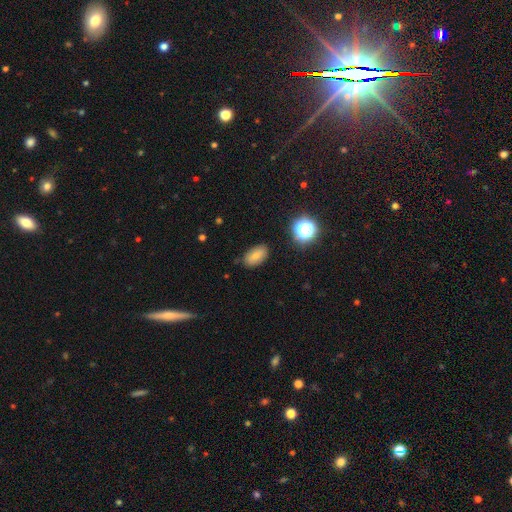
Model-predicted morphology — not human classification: This appears to be a smooth galaxy with no disk features (76%) that is in between round and cigar-shaped (91%). Merging: none (83%).